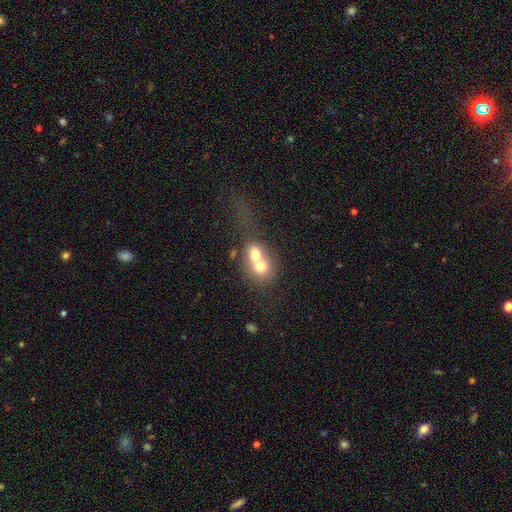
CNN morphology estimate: Smooth or featured?
  - smooth: 61% *
  - featured or disk: 28%
  - star or artifact: 11%
How rounded?
  - round: 56% *
  - in between: 40%
  - cigar-shaped: 4%
Merging?
  - merger: 74% *
  - none: 15%
  - major disturbance: 5%
  - minor disturbance: 5%